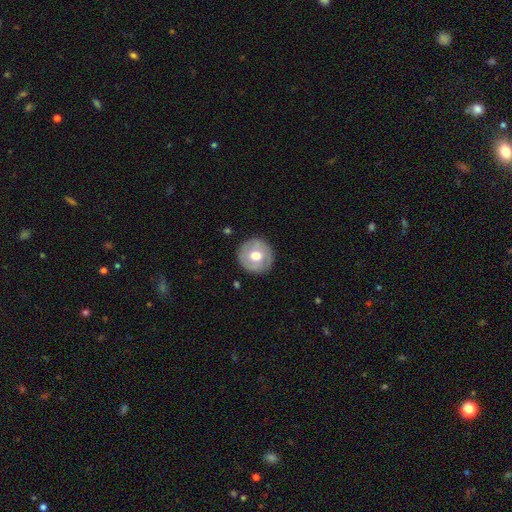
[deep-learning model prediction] smooth 55%, featured or disk 38%, star or artifact 7%. Down the decision tree: how rounded — round (94%); merging — none (88%).